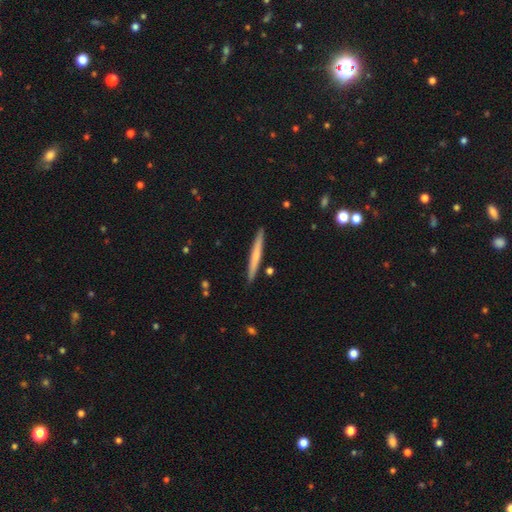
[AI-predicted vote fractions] Smooth or featured? smooth (58%)
How rounded? cigar-shaped (96%)
Merging? none (90%)